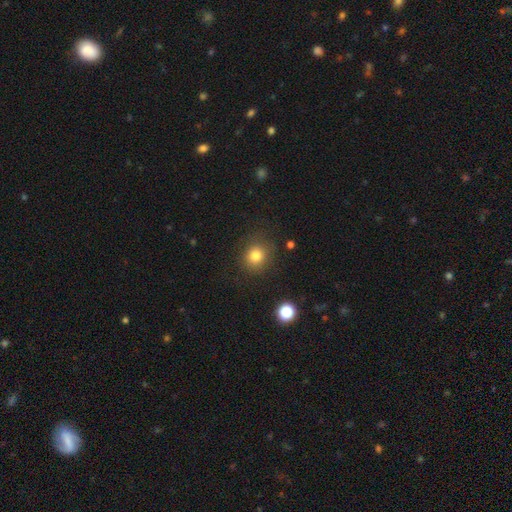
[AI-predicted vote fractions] smooth-or-featured: smooth: 81% | star or artifact: 12% | featured or disk: 7%
  how-rounded: round: 81% | in between: 18% | cigar-shaped: 1%
  merging: none: 84% | minor disturbance: 10% | major disturbance: 4% | merger: 2%